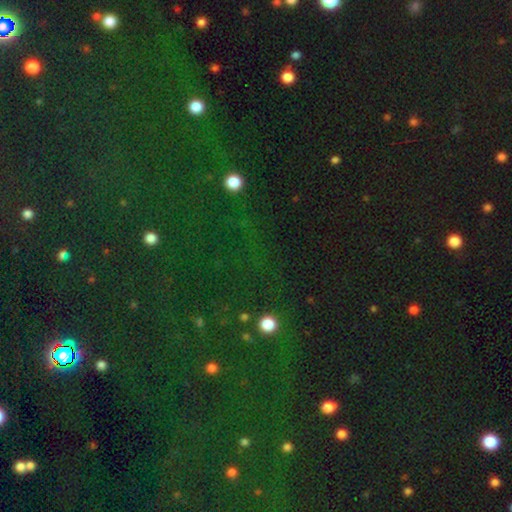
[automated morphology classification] The model was most divided on "smooth or featured": star or artifact: 79%, smooth: 14%, featured or disk: 8%.